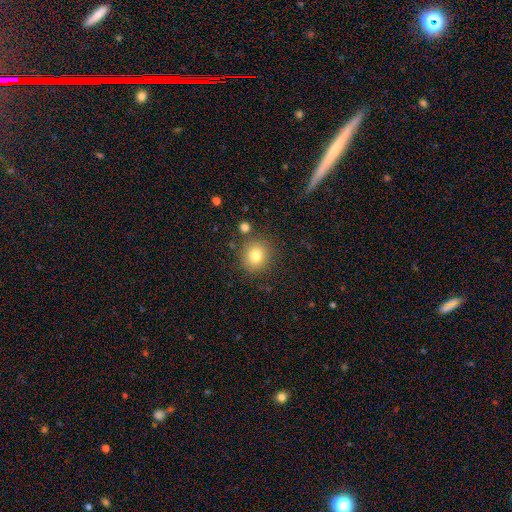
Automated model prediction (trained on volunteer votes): Overall: smooth (80%). How rounded: round (85%). Merging: none (83%).